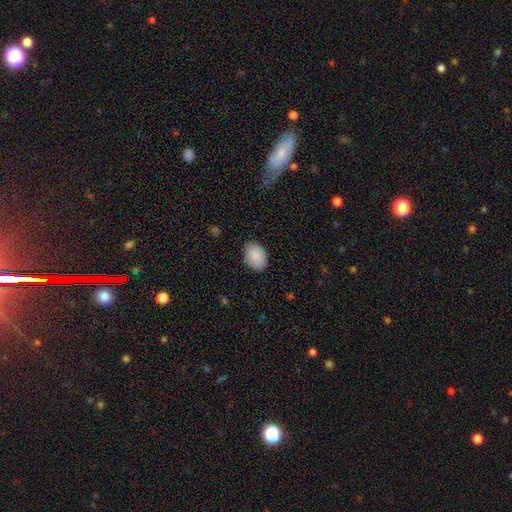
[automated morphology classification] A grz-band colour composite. It shows a smooth galaxy with no disk features (90%) that is in between round and cigar-shaped (83%). Merging: none (84%).